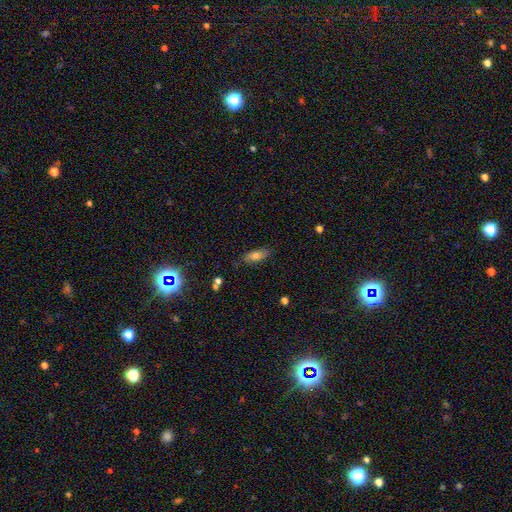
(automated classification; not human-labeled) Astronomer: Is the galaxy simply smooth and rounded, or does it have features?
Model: smooth — 74%.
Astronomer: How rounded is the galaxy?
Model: in between — 72%.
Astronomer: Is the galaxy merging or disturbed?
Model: none — 80%.